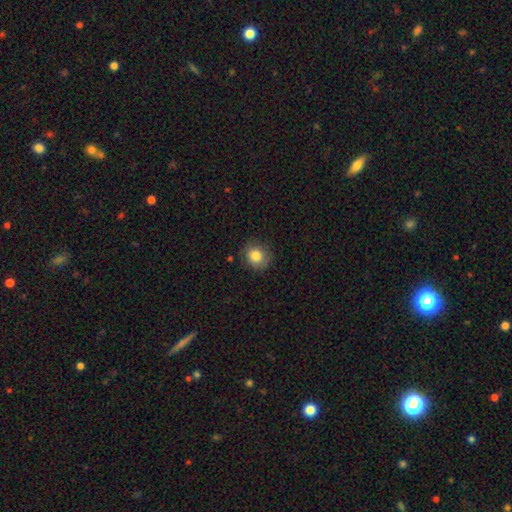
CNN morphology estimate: Smooth or featured?
  - smooth: 83% *
  - star or artifact: 10%
  - featured or disk: 7%
How rounded?
  - round: 82% *
  - in between: 17%
  - cigar-shaped: 1%
Merging?
  - none: 82% *
  - minor disturbance: 13%
  - major disturbance: 3%
  - merger: 1%